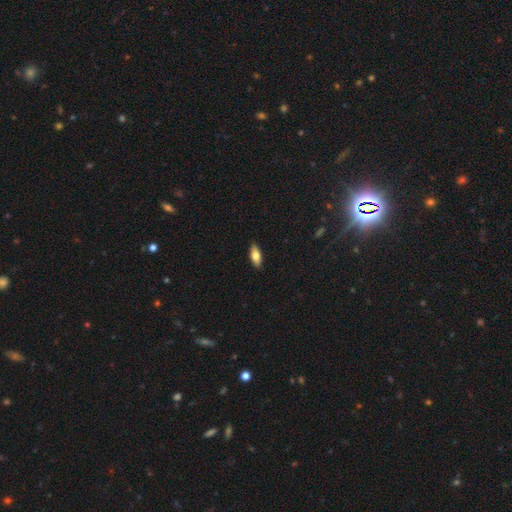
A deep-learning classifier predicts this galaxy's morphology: Smooth or featured? Predicted: smooth (p=0.72). How rounded? Predicted: in between (p=0.77). Merging? Predicted: none (p=0.89).